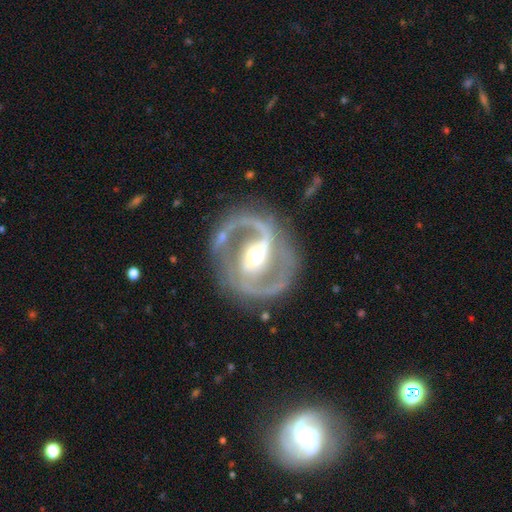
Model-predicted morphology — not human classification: type=featured or disk (91%); edge-on=no (97%); bar=strong (45%); spiral arms=yes (97%); winding=medium (60%); arm count=2 (92%); bulge=moderate (66%); merging=none (80%).